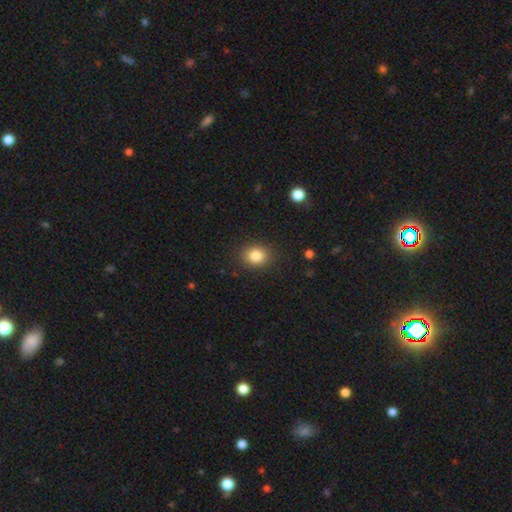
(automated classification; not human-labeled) Q: Smooth or featured?
A: smooth (84%); runner-up: star or artifact (10%)
Q: How rounded?
A: round (66%); runner-up: in between (33%)
Q: Merging?
A: none (88%); runner-up: minor disturbance (9%)